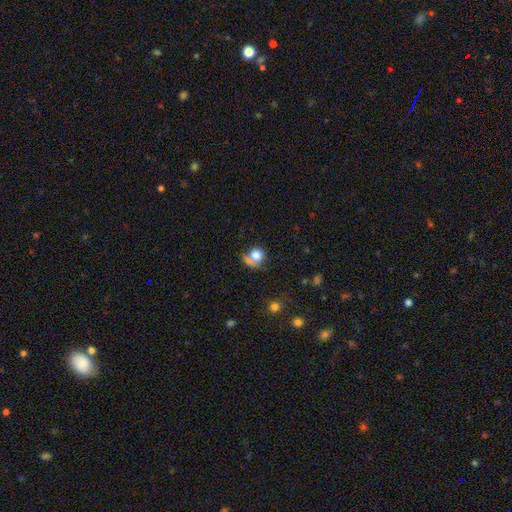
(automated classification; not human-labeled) smooth 78%, featured or disk 12%, star or artifact 10%. Down the decision tree: how rounded — round (79%); merging — none (41%).